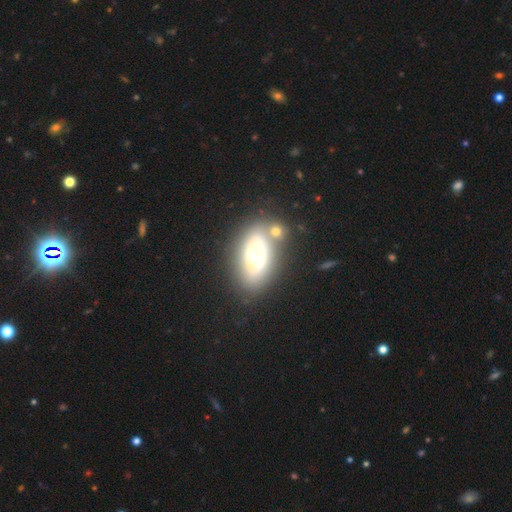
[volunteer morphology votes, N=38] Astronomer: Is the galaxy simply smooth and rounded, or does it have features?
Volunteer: smooth — 71%.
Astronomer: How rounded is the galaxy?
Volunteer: in between — 89%.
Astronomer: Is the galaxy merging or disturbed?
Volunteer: none — 50%.